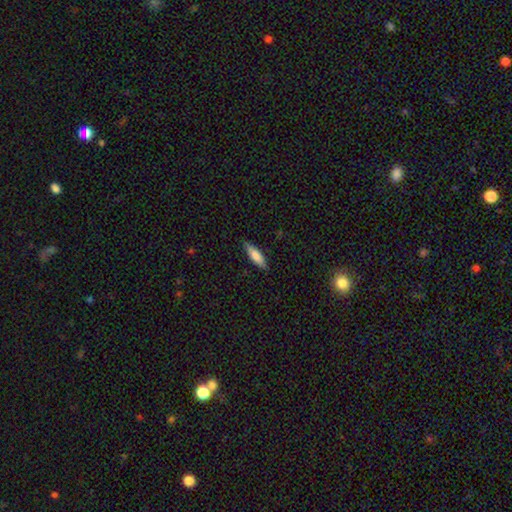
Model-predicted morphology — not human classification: Smooth or featured? smooth (77%)
How rounded? cigar-shaped (58%)
Merging? none (84%)